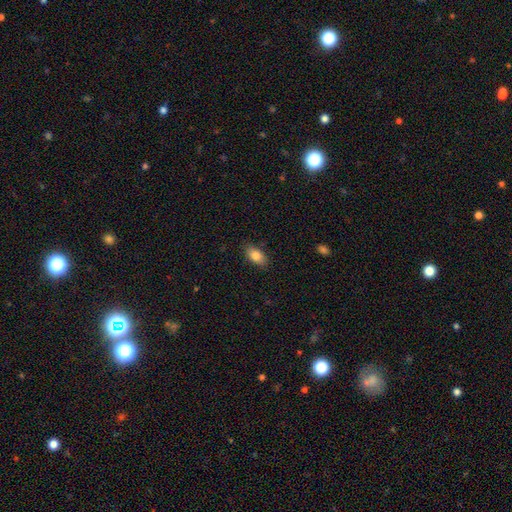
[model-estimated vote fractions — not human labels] smooth 83%, featured or disk 9%, star or artifact 8%. Down the decision tree: how rounded — in between (90%); merging — none (85%).